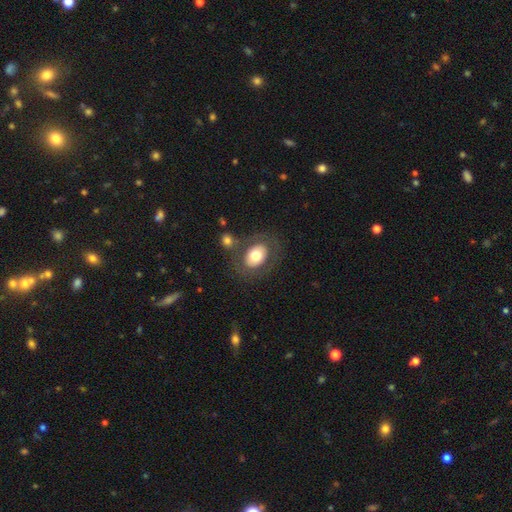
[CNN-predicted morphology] Smooth or featured?
  - smooth: 68% *
  - featured or disk: 25%
  - star or artifact: 8%
How rounded?
  - in between: 72% *
  - round: 27%
  - cigar-shaped: 1%
Merging?
  - none: 74% *
  - minor disturbance: 12%
  - merger: 7%
  - major disturbance: 7%